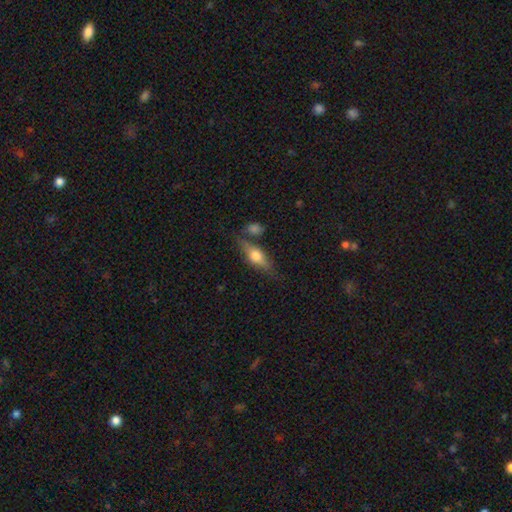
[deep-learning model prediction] This is possibly a featured or disk galaxy (48%). Merging: likely none (70%).